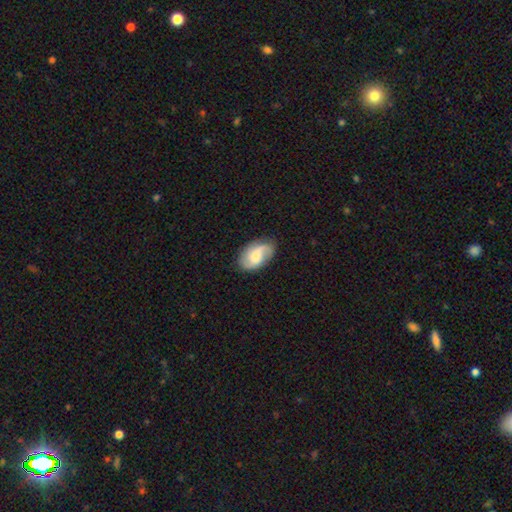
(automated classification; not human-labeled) smooth-or-featured: featured or disk: 57% | smooth: 36% | star or artifact: 7%
  disk-edge-on: no: 97% | yes: 3%
    bar: no: 55% | weak: 38% | strong: 7%
    has-spiral-arms: yes: 92% | no: 8%
      spiral-winding: loose: 41% | medium: 40% | tight: 19%
      spiral-arm-count: 2: 71% | 1: 11% | can't tell: 10% | 3: 5% | 4: 2% | more than 4: 2%
    bulge-size: small: 41% | moderate: 37% | none: 11% | large: 9% | dominant: 2%
  merging: none: 75% | minor disturbance: 18% | major disturbance: 6% | merger: 1%